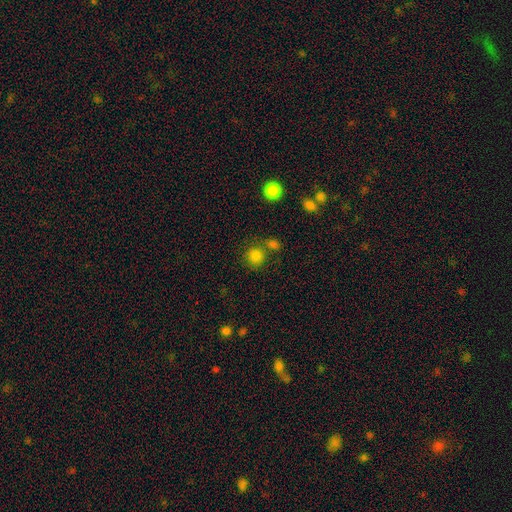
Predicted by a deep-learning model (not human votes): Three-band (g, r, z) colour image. It shows a smooth galaxy with no disk features (82%) that is round (88%). Merging: none (65%).